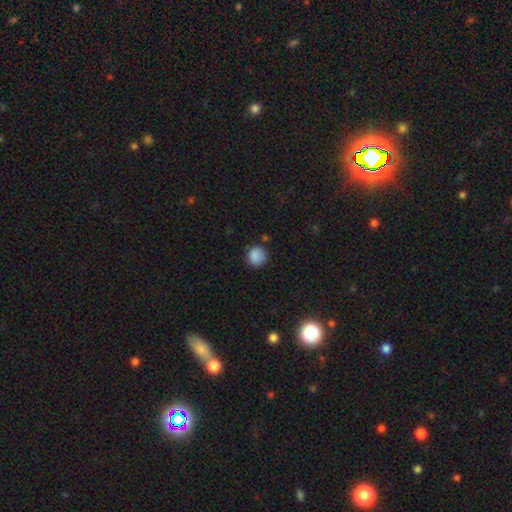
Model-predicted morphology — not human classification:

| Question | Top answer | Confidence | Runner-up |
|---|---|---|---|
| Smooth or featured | smooth | 86% | star or artifact (10%) |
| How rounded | round | 90% | in between (9%) |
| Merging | none | 81% | minor disturbance (13%) |